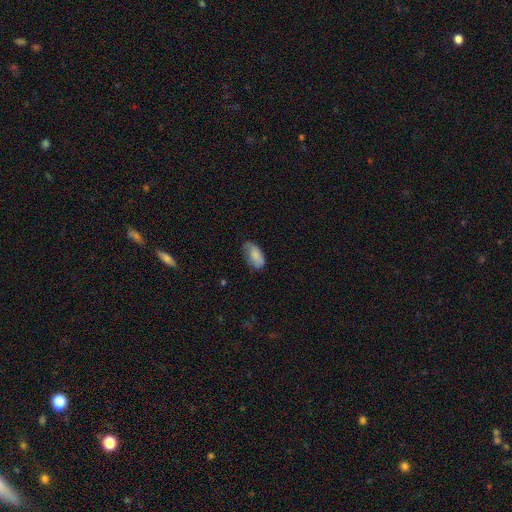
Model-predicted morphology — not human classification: A smooth galaxy with no disk features (81%) that is in between round and cigar-shaped (92%). Merging: none (59%).